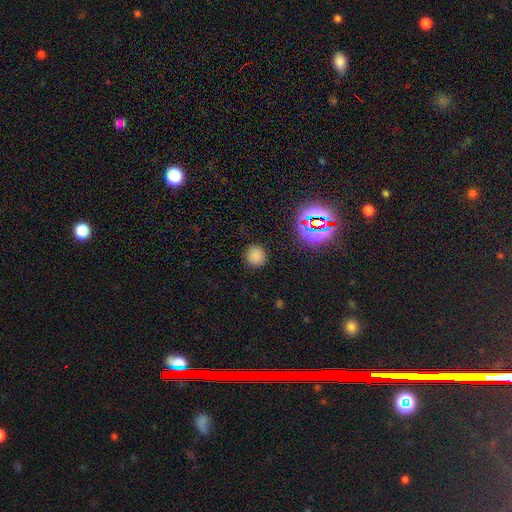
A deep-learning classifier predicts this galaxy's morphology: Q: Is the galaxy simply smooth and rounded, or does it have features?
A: smooth — 76%.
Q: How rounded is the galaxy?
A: round — 90%.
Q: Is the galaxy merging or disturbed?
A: none — 89%.